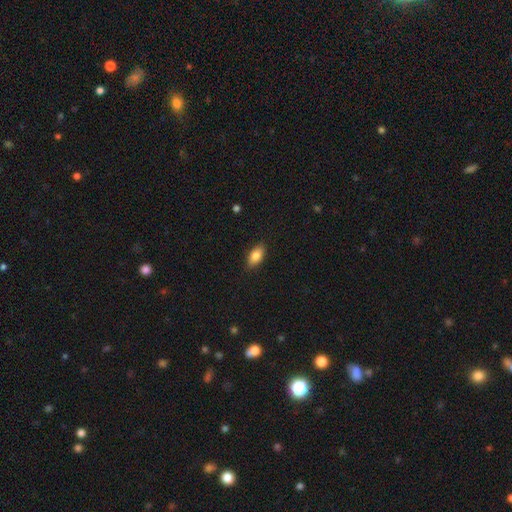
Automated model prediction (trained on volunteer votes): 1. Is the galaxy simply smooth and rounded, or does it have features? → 83% smooth, 9% featured or disk, 7% star or artifact.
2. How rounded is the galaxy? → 90% in between, 5% round, 5% cigar-shaped.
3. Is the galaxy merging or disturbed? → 87% none, 10% minor disturbance, 2% major disturbance, 1% merger.